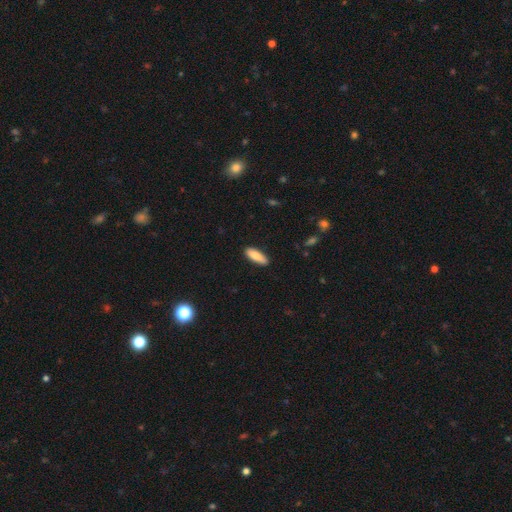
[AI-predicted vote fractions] The model was most divided on "how rounded": in between: 61%, cigar-shaped: 38%, round: 2%. More confident: merging — none (87%); smooth or featured — smooth (86%).